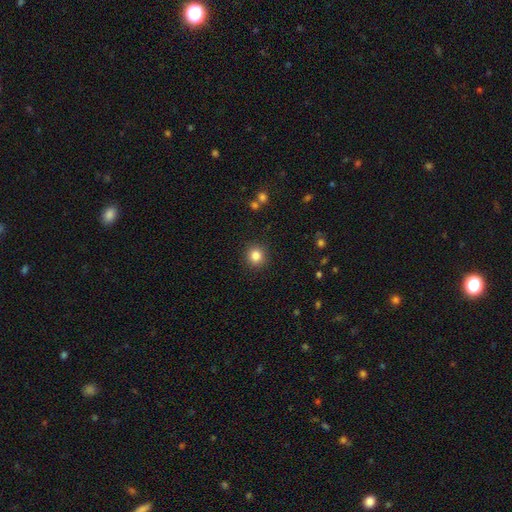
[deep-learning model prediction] Smooth or featured: smooth — 84% (star or artifact — 11%)
How rounded: round — 90% (in between — 9%)
Merging: none — 90% (minor disturbance — 6%)